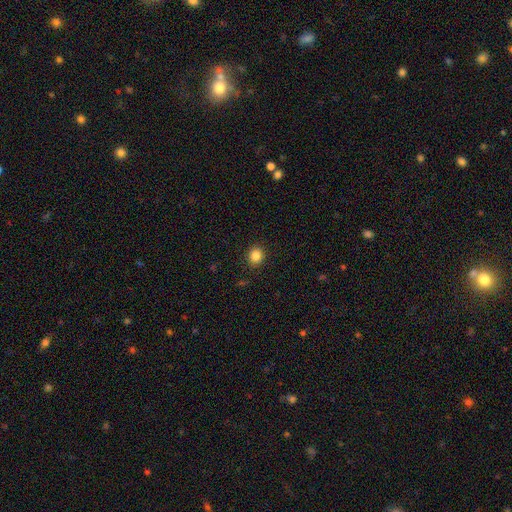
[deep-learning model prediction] This is clearly a smooth galaxy (85%). How rounded: clearly round (81%). Merging: clearly none (91%).